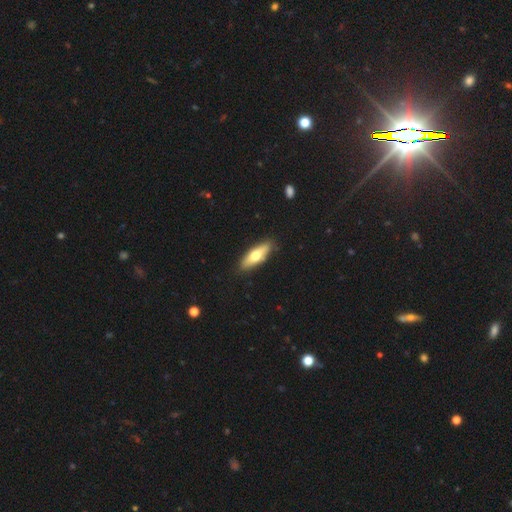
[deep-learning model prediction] smooth_or_featured: smooth (p=0.61) [alt: featured or disk p=0.34]
how_rounded: in between (p=0.55) [alt: cigar-shaped p=0.42]
merging: none (p=0.87) [alt: minor disturbance p=0.09]